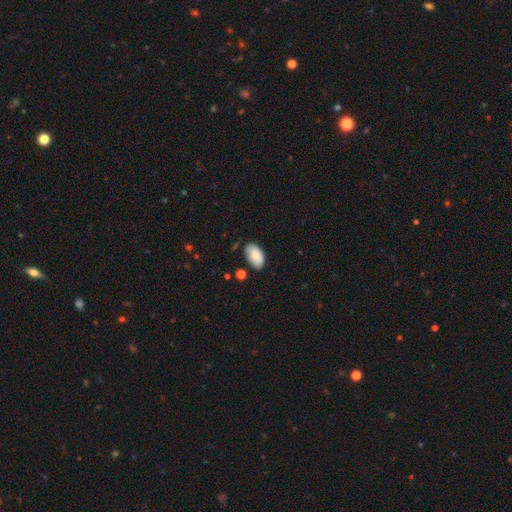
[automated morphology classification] Smooth or featured: smooth — 86% (featured or disk — 8%)
How rounded: in between — 95% (round — 4%)
Merging: none — 77% (minor disturbance — 17%)